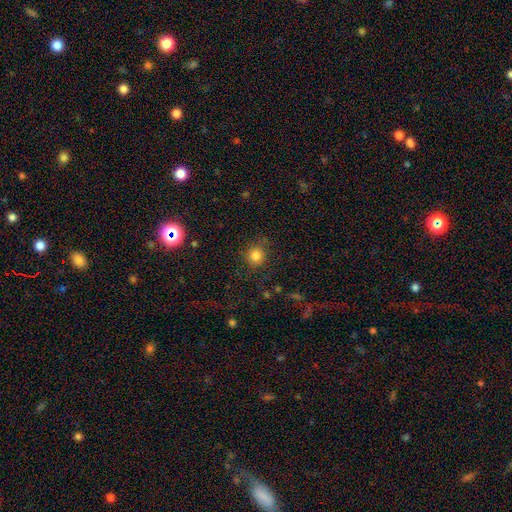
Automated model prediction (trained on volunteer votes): smooth-or-featured: smooth: 82% | star or artifact: 12% | featured or disk: 5%
  how-rounded: round: 90% | in between: 9% | cigar-shaped: 1%
  merging: none: 81% | minor disturbance: 12% | major disturbance: 5% | merger: 2%